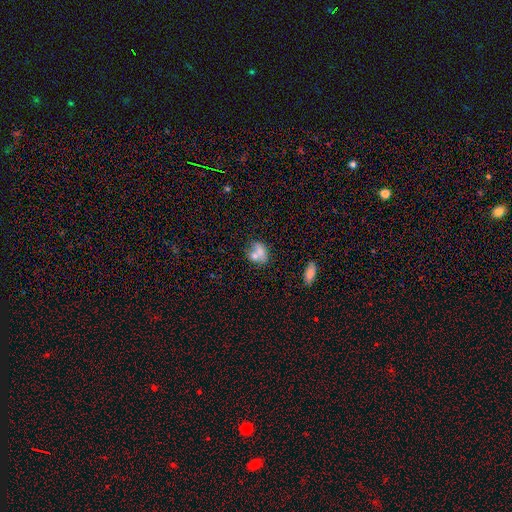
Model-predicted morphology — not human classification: Smooth or featured: smooth — 69% (featured or disk — 20%)
How rounded: in between — 59% (round — 39%)
Merging: merger — 43% (none — 36%)